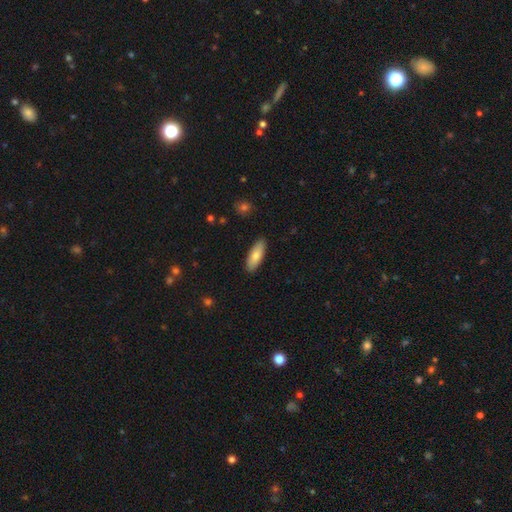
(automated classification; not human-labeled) Smooth or featured: smooth — 79% (featured or disk — 15%)
How rounded: in between — 65% (cigar-shaped — 33%)
Merging: none — 89% (minor disturbance — 8%)